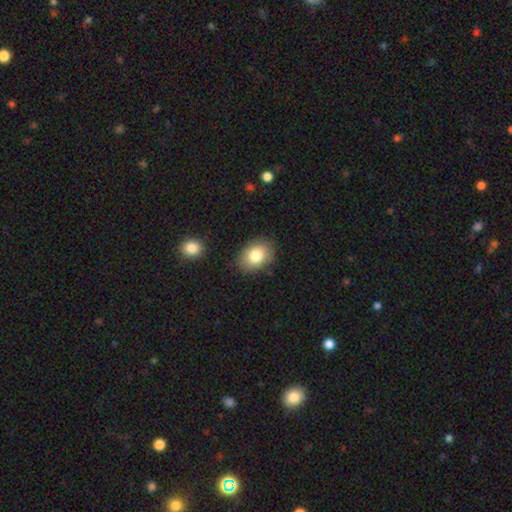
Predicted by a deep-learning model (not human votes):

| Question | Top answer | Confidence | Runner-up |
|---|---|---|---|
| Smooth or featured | smooth | 82% | featured or disk (10%) |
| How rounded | in between | 74% | round (25%) |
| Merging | none | 83% | minor disturbance (12%) |